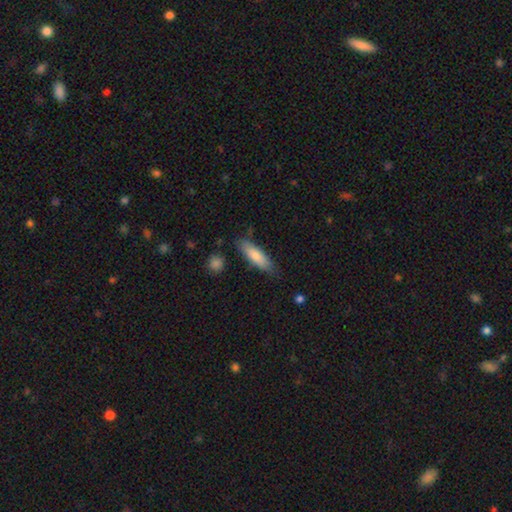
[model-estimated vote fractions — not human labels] Smooth or featured?
  - smooth: 81% *
  - featured or disk: 13%
  - star or artifact: 6%
How rounded?
  - cigar-shaped: 55% *
  - in between: 43%
  - round: 2%
Merging?
  - none: 77% *
  - minor disturbance: 16%
  - major disturbance: 4%
  - merger: 3%